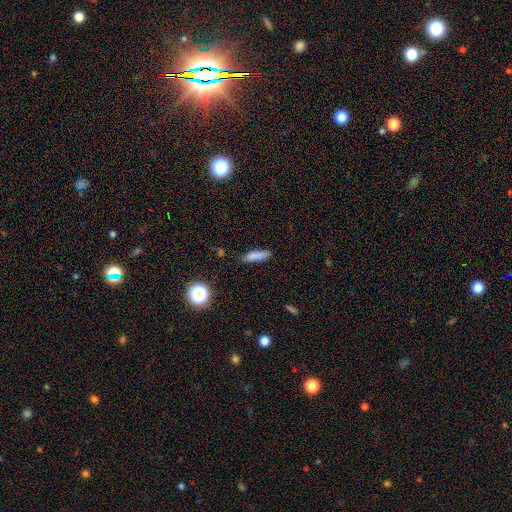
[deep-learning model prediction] This is clearly a smooth galaxy (81%). How rounded: likely cigar-shaped (63%). Merging: clearly none (81%).